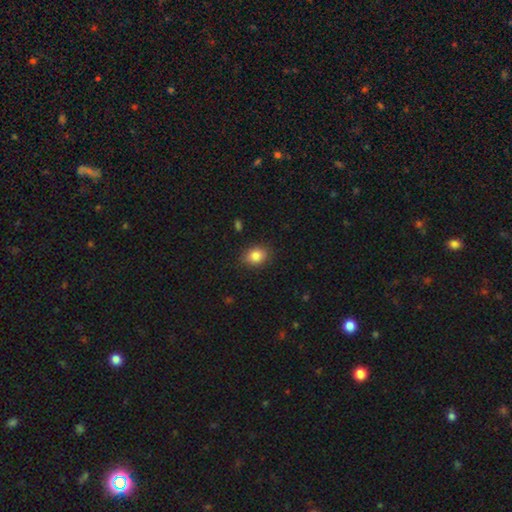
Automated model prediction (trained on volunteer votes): smooth_or_featured: smooth (p=0.85) [alt: star or artifact p=0.09]
how_rounded: in between (p=0.52) [alt: round p=0.47]
merging: none (p=0.85) [alt: minor disturbance p=0.11]